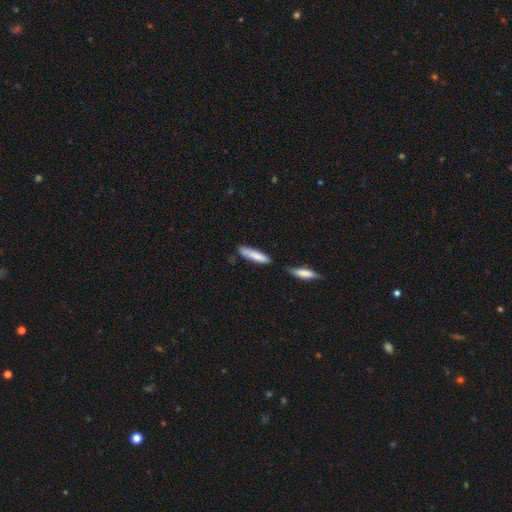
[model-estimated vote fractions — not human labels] smooth 81%, featured or disk 13%, star or artifact 6%. Down the decision tree: how rounded — cigar-shaped (77%); merging — none (65%).